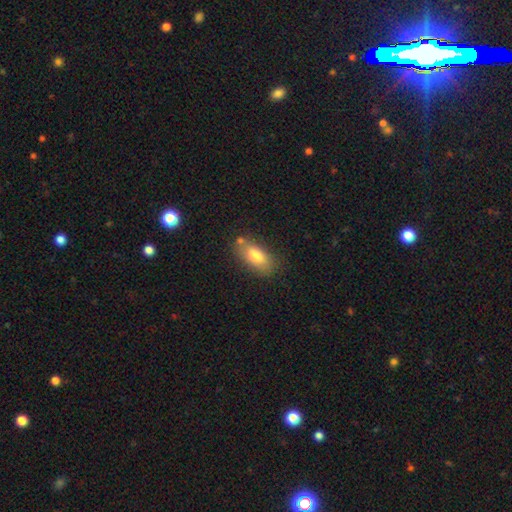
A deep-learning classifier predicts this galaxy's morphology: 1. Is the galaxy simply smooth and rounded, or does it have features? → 79% smooth, 14% featured or disk, 7% star or artifact.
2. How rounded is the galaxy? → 87% in between, 9% cigar-shaped, 4% round.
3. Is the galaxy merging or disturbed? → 73% none, 16% minor disturbance, 7% merger, 4% major disturbance.